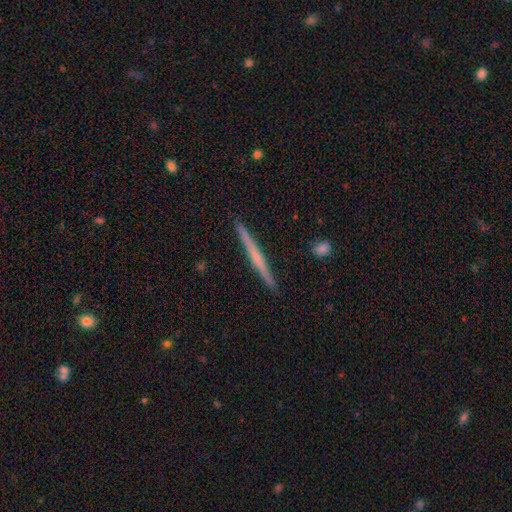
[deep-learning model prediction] Smooth or featured: featured or disk — 59% (smooth — 35%)
Edge-on disk: yes — 98% (no — 2%)
Edge-on bulge: none — 66% (rounded — 27%)
Merging: none — 92% (minor disturbance — 5%)